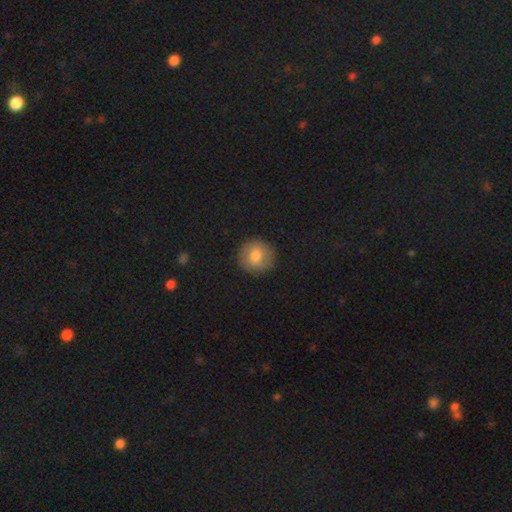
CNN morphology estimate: This appears to be a smooth galaxy with no disk features (77%) that is round (90%). Merging: none (88%).